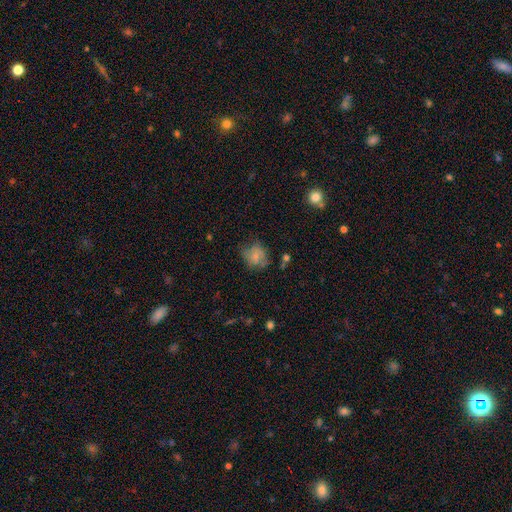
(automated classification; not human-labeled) smooth_or_featured: smooth (p=0.64) [alt: featured or disk p=0.25]
how_rounded: round (p=0.70) [alt: in between p=0.29]
merging: none (p=0.55) [alt: minor disturbance p=0.28]